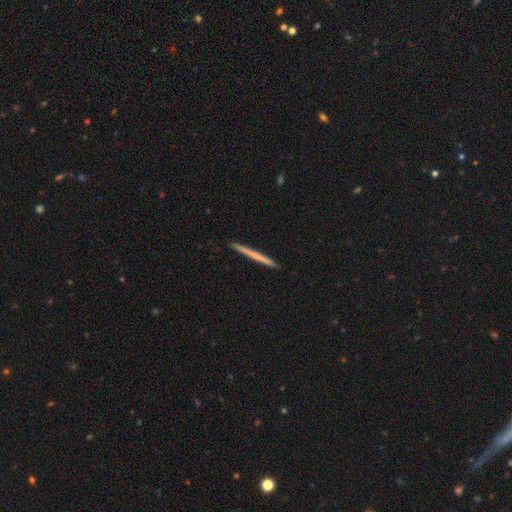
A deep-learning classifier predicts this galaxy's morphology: This appears to be a smooth galaxy with no disk features (55%) that is cigar-shaped (97%). Merging: none (93%).